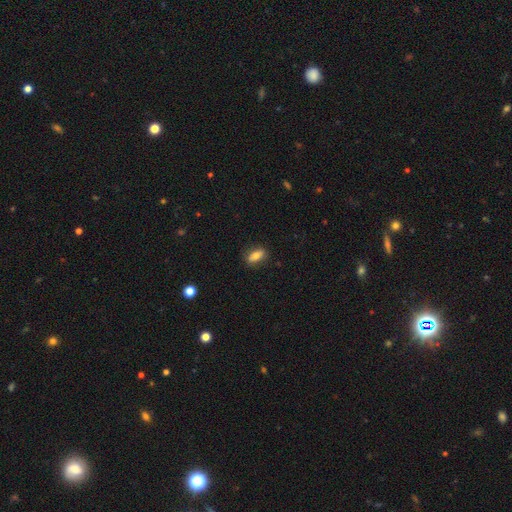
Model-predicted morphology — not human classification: A smooth galaxy with no disk features (73%) that is in between round and cigar-shaped (78%). Merging: none (83%).